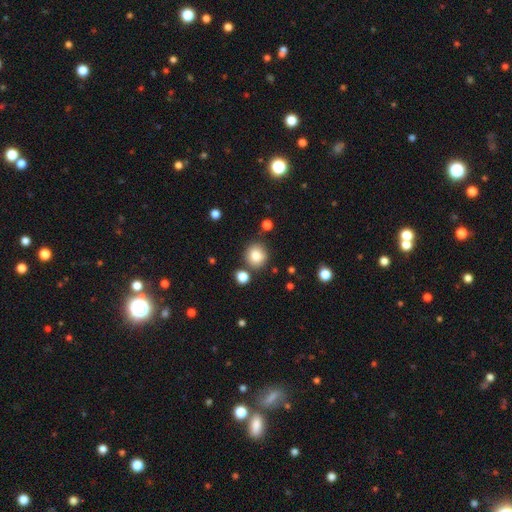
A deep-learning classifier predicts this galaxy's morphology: Smooth or featured? Predicted: smooth (p=0.83). How rounded? Predicted: round (p=0.89). Merging? Predicted: none (p=0.81).